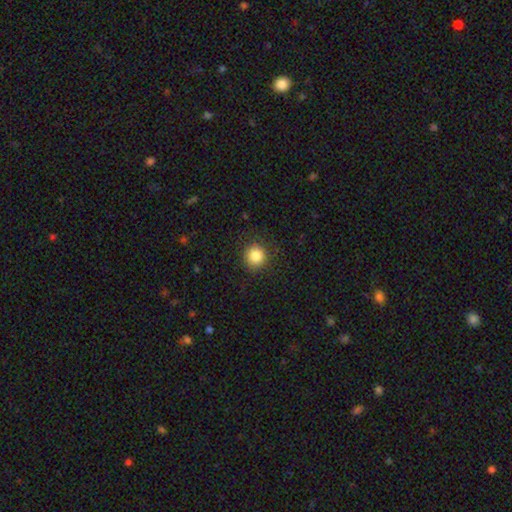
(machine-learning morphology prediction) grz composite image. It shows a smooth galaxy with no disk features (85%) that is round (92%). Merging: none (89%).